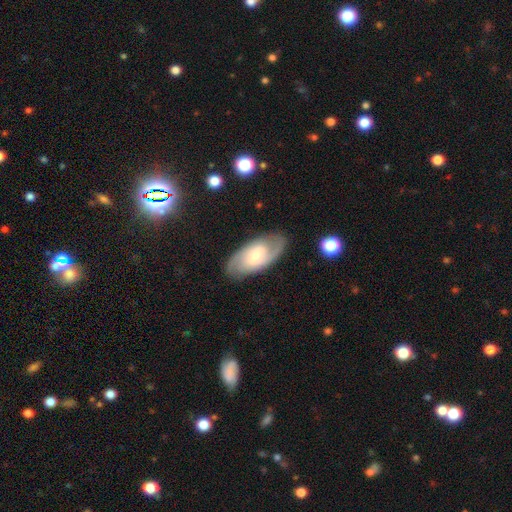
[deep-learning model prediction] The model was most divided on "spiral winding": medium: 44%, tight: 36%, loose: 20%. Remaining: edge-on disk — no (93%); spiral arms — yes (87%); merging — none (81%); spiral arm count — 2 (75%); smooth or featured — featured or disk (66%); bar — weak (52%); bulge size — moderate (48%).